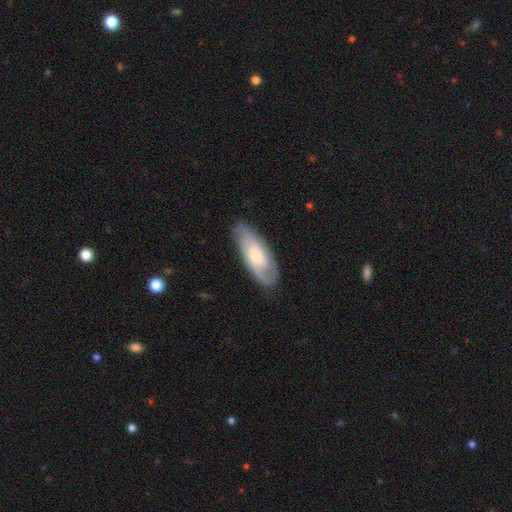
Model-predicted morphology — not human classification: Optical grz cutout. It shows a featured or disk galaxy (55%). Merging: none (78%).